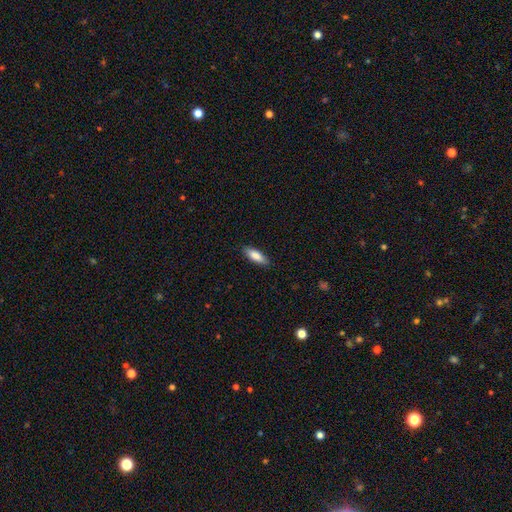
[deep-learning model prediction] Smooth or featured: smooth — 84% (featured or disk — 10%)
How rounded: in between — 58% (cigar-shaped — 40%)
Merging: none — 87% (minor disturbance — 10%)